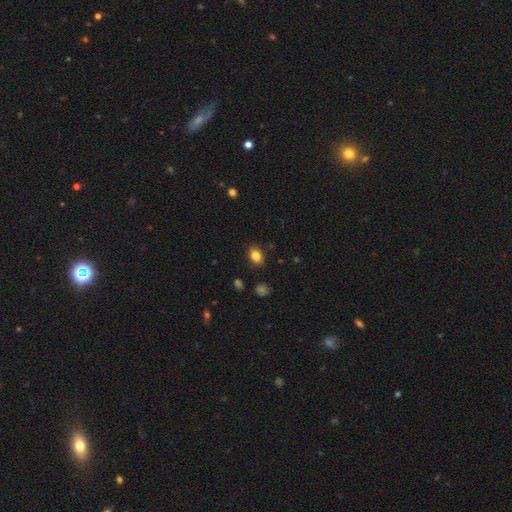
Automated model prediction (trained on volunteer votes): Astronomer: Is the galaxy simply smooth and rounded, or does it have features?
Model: smooth — 83%.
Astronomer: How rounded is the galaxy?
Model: in between — 74%.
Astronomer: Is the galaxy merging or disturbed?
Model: none — 87%.